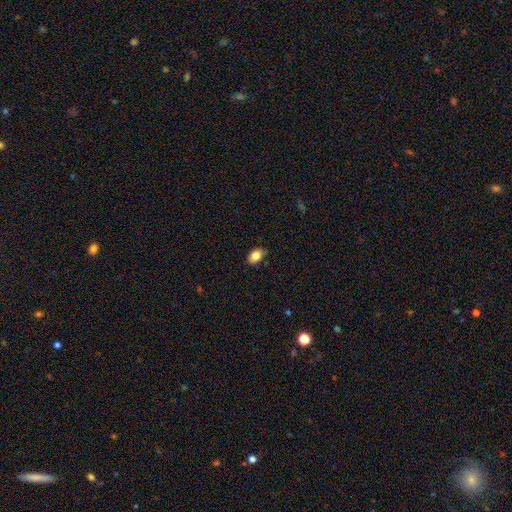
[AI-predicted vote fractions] smooth_or_featured: smooth (p=0.84) [alt: featured or disk p=0.08]
how_rounded: in between (p=0.87) [alt: round p=0.12]
merging: none (p=0.85) [alt: minor disturbance p=0.12]